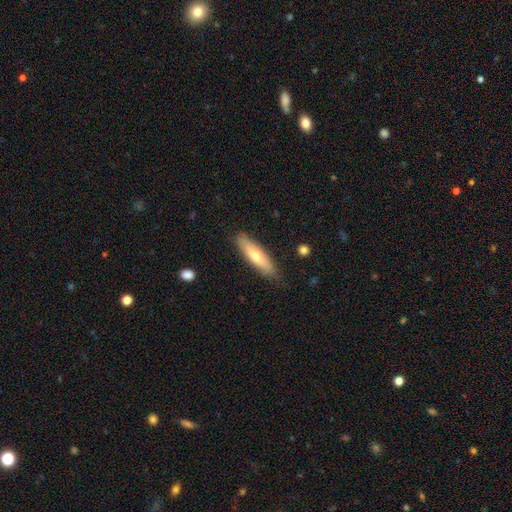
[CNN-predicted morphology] Smooth or featured: smooth — 60% (featured or disk — 33%)
How rounded: cigar-shaped — 69% (in between — 29%)
Merging: none — 85% (minor disturbance — 11%)